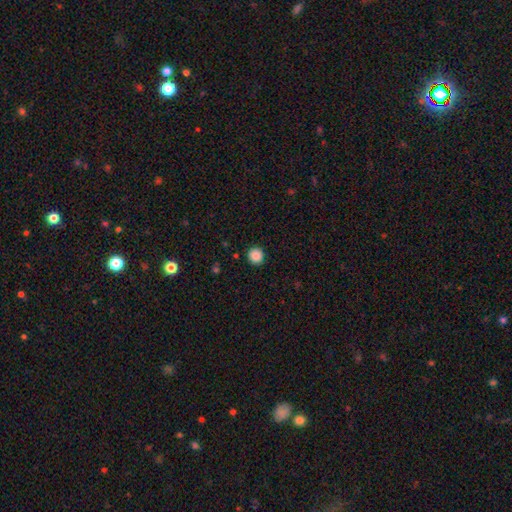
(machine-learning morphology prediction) Smooth or featured: smooth — 88% (star or artifact — 10%)
How rounded: round — 94% (in between — 5%)
Merging: none — 93% (minor disturbance — 5%)